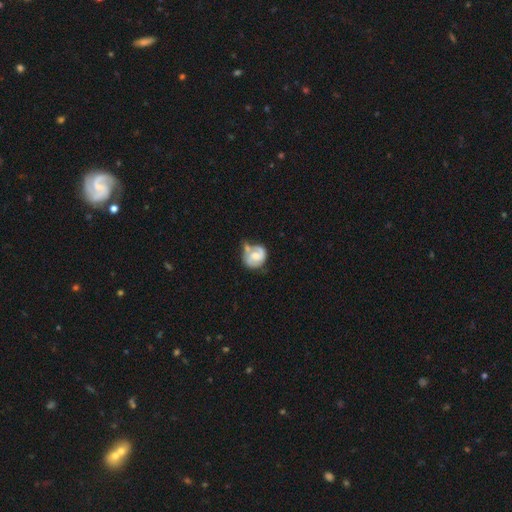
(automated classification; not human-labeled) This appears to be a featured or disk galaxy (59%) with no bar (50%), spiral arms (79%) and a moderate central bulge (42%). Merging: none (38%).